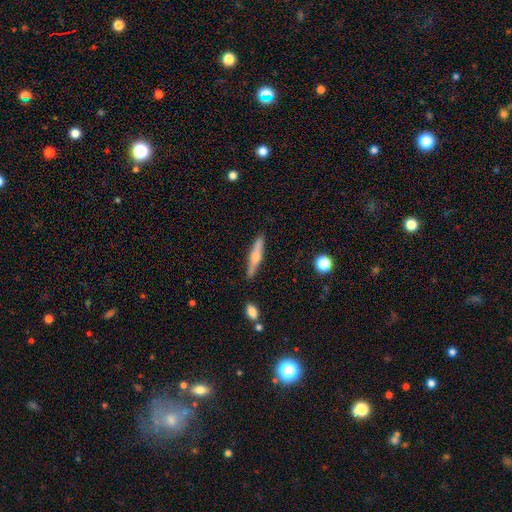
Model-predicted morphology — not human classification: Q: Smooth or featured?
A: featured or disk (55%); runner-up: smooth (39%)
Q: Edge-on disk?
A: yes (96%); runner-up: no (4%)
Q: Edge-on bulge?
A: rounded (87%); runner-up: boxy (7%)
Q: Merging?
A: none (88%); runner-up: minor disturbance (8%)